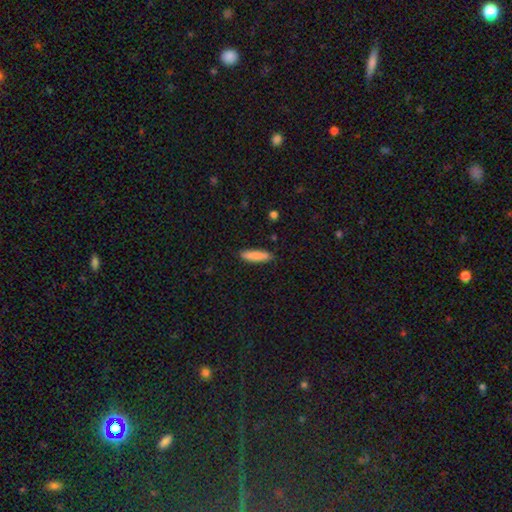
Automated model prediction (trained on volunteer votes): smooth_or_featured: smooth (p=0.86) [alt: featured or disk p=0.08]
how_rounded: cigar-shaped (p=0.74) [alt: in between p=0.24]
merging: none (p=0.87) [alt: minor disturbance p=0.10]